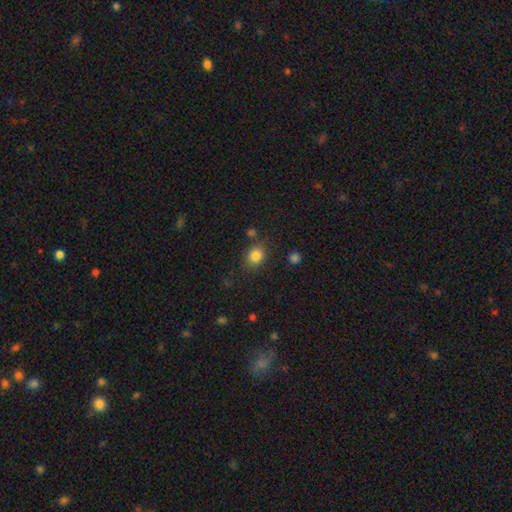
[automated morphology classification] Q: Smooth or featured?
A: smooth (83%); runner-up: star or artifact (11%)
Q: How rounded?
A: round (54%); runner-up: in between (45%)
Q: Merging?
A: none (76%); runner-up: minor disturbance (14%)